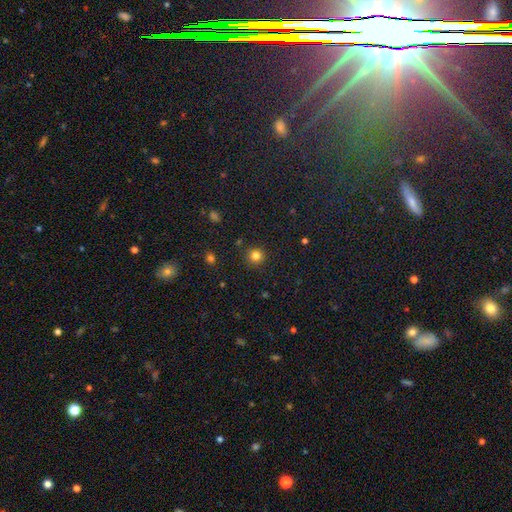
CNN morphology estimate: type=smooth (80%); roundness=round (92%); merging=none (88%).